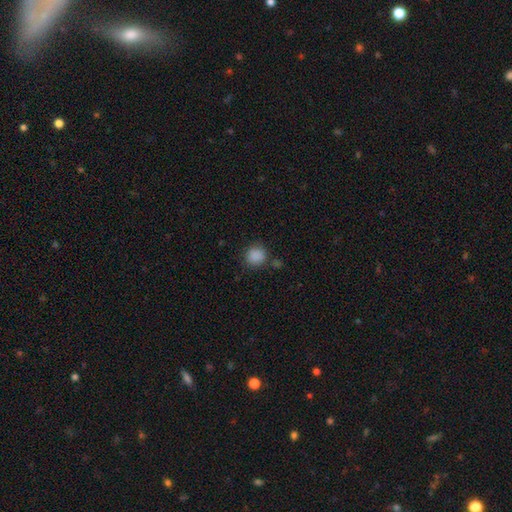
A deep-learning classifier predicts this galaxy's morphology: Smooth or featured? smooth (87%)
How rounded? round (85%)
Merging? none (78%)